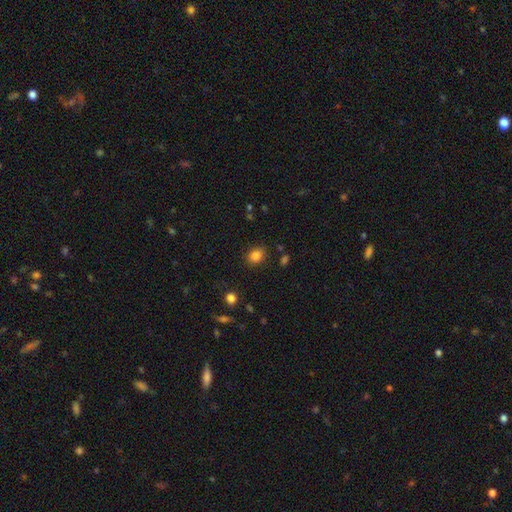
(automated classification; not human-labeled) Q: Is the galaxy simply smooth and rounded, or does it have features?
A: smooth — 84%.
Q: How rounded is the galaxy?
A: in between — 54%.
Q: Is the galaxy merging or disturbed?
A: none — 84%.